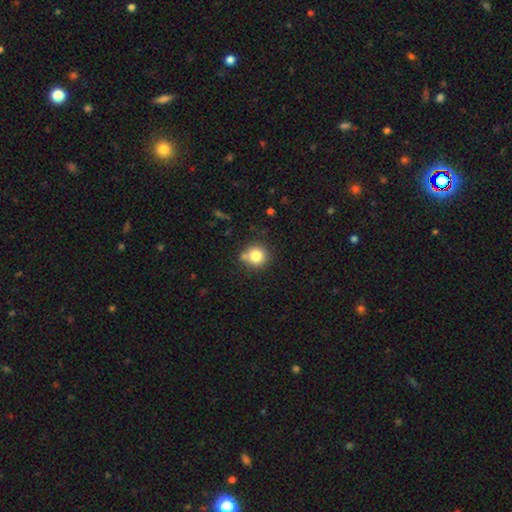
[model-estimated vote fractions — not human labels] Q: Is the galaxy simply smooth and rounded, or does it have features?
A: smooth — 80%.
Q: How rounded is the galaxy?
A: round — 90%.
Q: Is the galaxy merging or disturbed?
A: none — 71%.